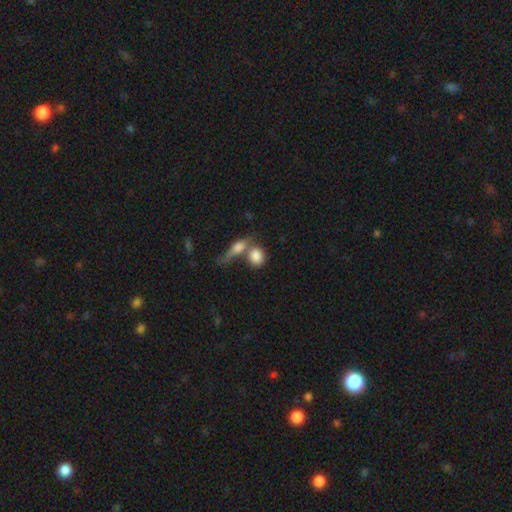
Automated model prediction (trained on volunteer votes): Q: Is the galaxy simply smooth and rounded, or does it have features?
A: smooth — 81%.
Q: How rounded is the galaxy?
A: round — 61%.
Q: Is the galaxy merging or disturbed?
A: merger — 46%.